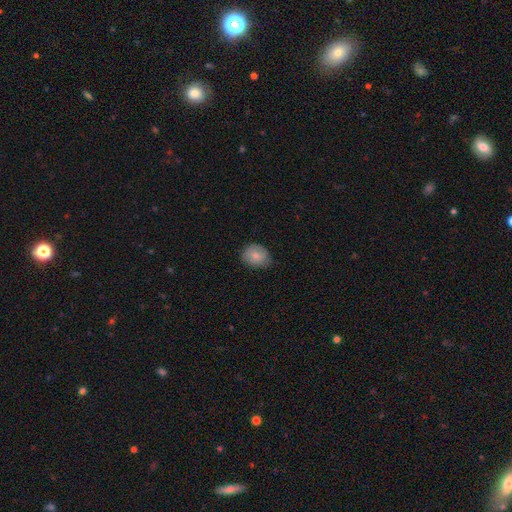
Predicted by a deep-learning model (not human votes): Smooth or featured?
  - smooth: 78% *
  - featured or disk: 14%
  - star or artifact: 7%
How rounded?
  - round: 56% *
  - in between: 43%
  - cigar-shaped: 1%
Merging?
  - none: 70% *
  - minor disturbance: 25%
  - major disturbance: 4%
  - merger: 1%